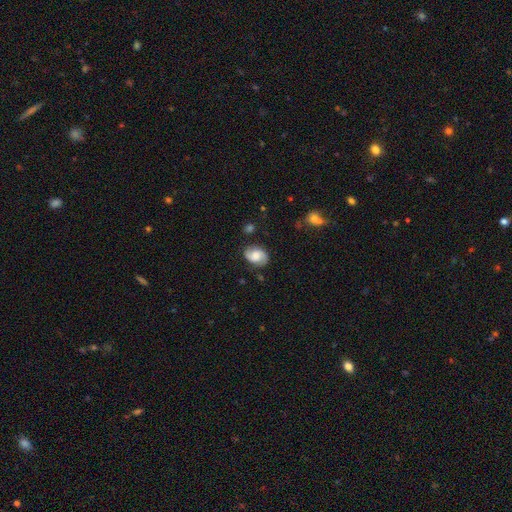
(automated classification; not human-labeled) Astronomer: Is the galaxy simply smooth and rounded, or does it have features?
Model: featured or disk — 62%.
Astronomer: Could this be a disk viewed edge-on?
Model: no — 98%.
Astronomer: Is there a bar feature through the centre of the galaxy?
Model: no — 58% (runner-up: weak, 36%).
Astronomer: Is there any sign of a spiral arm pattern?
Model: yes — 93%.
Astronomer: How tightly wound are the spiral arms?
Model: medium — 45% (runner-up: loose, 30%).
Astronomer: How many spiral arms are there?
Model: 2 — 90%.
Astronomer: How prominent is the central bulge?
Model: moderate — 48%.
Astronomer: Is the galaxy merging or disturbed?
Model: none — 79%.